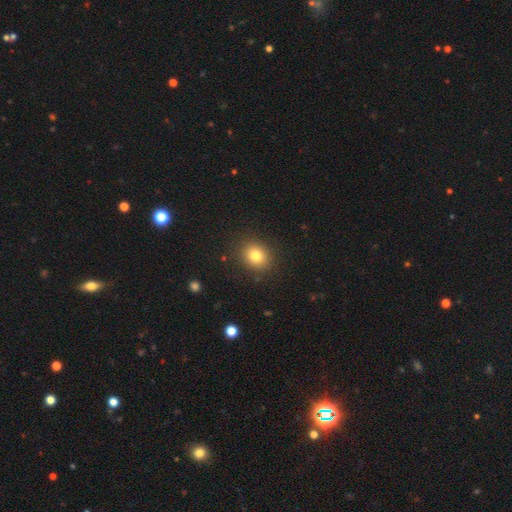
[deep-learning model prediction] This appears to be a smooth galaxy with no disk features (80%) that is round (70%). Merging: none (88%).